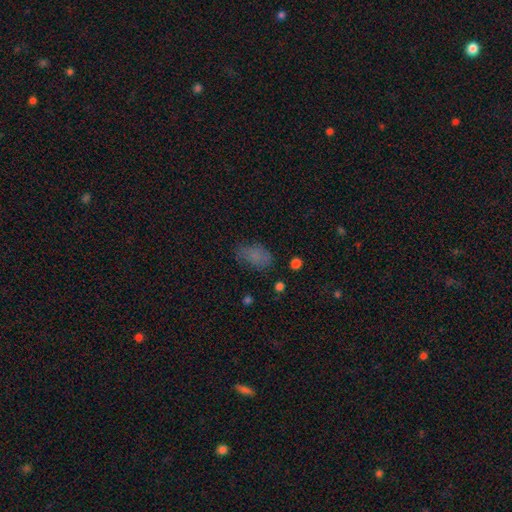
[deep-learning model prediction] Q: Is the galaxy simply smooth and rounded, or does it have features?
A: smooth — 73%.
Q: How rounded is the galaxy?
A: in between — 89%.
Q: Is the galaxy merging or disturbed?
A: none — 64%.